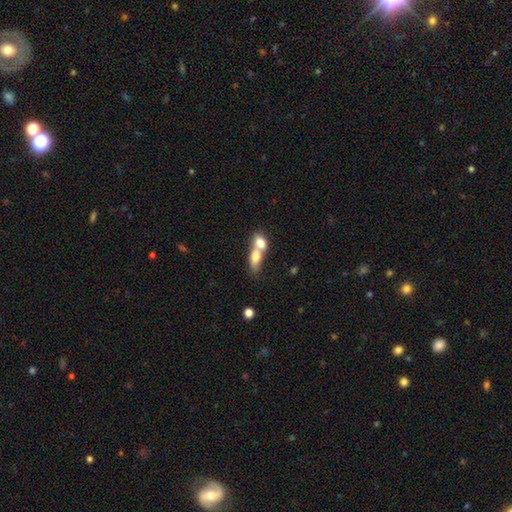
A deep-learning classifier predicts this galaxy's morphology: Q: Smooth or featured?
A: smooth (73%); runner-up: featured or disk (19%)
Q: How rounded?
A: in between (71%); runner-up: round (17%)
Q: Merging?
A: merger (77%); runner-up: none (15%)